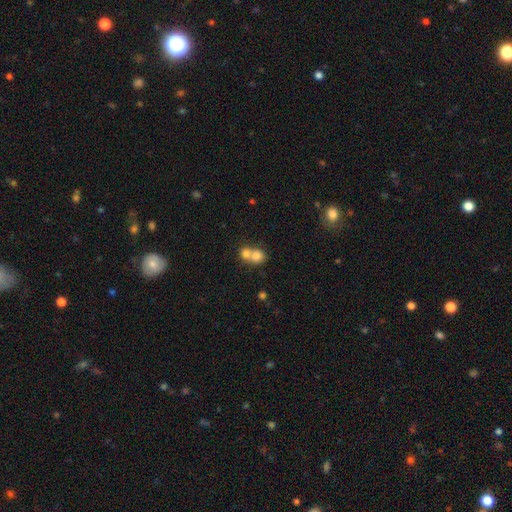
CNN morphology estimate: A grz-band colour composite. It shows a smooth galaxy with no disk features (77%) that is round (68%). Merging: merger (67%).